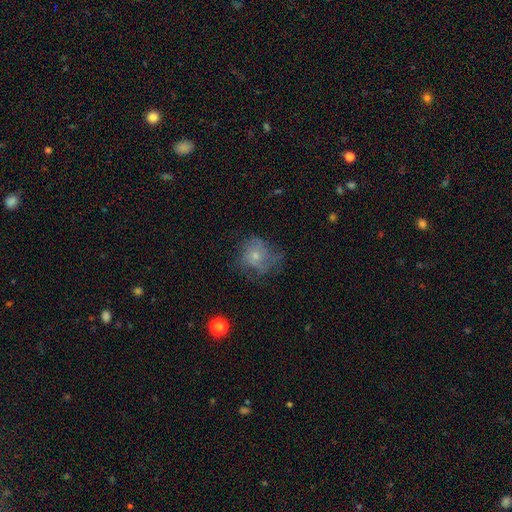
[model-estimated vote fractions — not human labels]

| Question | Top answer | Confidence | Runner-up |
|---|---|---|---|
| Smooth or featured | featured or disk | 44% | tied: smooth (44%) |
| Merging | none | 49% | minor disturbance (26%) |